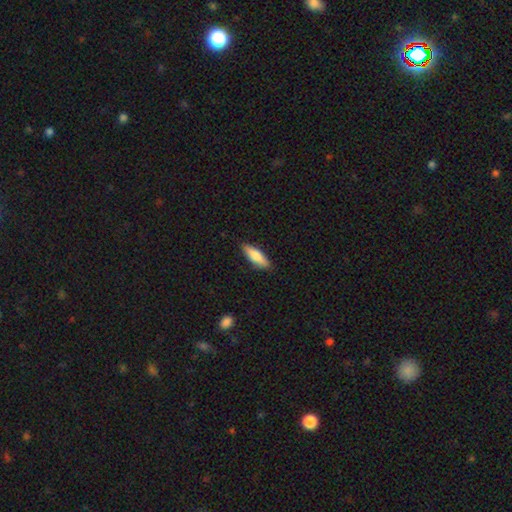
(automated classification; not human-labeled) This is likely a smooth galaxy (77%). How rounded: possibly in between (49%, tied with cigar-shaped). Merging: clearly none (87%).